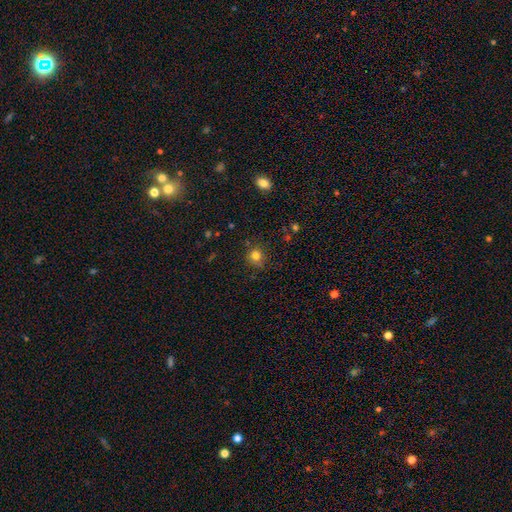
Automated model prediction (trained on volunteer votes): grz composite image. It shows a smooth galaxy with no disk features (81%) that is round (88%). Merging: none (79%).